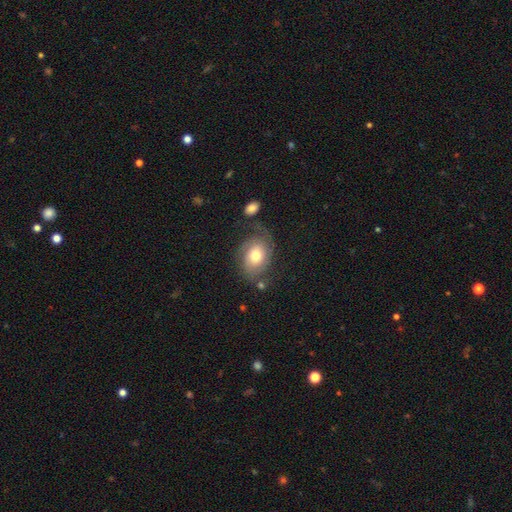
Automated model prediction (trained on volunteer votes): This is possibly a featured or disk galaxy (56%). It is clearly not viewed edge-on (96%). Bar: likely no (79%). Spiral arm pattern: clearly yes (84%). Central bulge: likely moderate (70%). Merging: possibly none (60%).